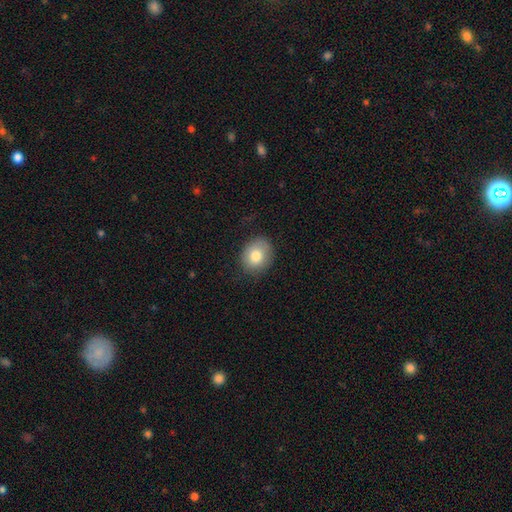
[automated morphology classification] Q: Smooth or featured?
A: smooth (81%); runner-up: featured or disk (11%)
Q: How rounded?
A: round (57%); runner-up: in between (42%)
Q: Merging?
A: none (79%); runner-up: minor disturbance (15%)